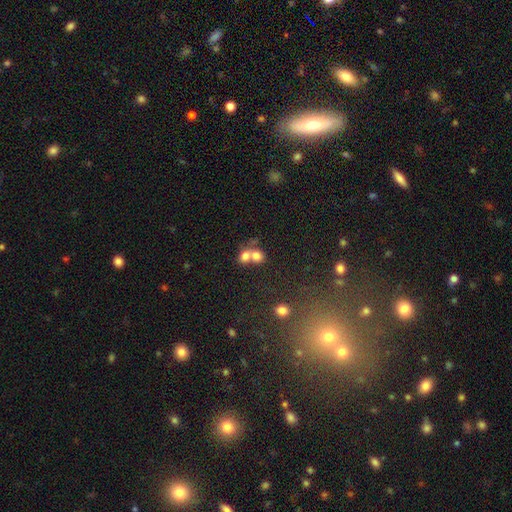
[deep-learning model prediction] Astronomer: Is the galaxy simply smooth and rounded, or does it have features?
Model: smooth — 73%.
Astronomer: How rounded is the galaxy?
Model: round — 62%.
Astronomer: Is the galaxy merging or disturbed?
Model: merger — 67%.